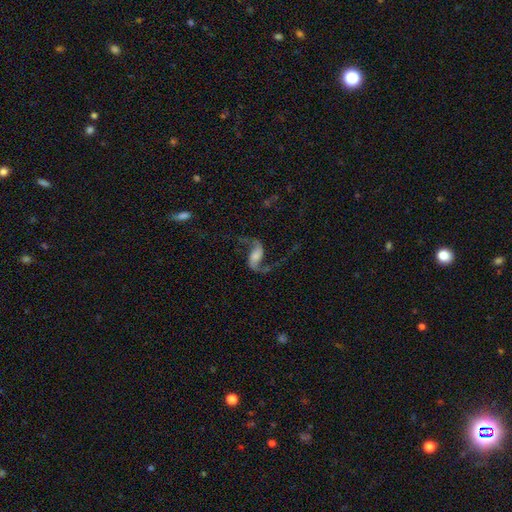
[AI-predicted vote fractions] Overall: featured or disk (87%). Edge-on disk: no (97%). Bar: no (38%; weak 37%). Spiral arms: yes (97%). Spiral arm count: 2 (93%). Spiral winding: loose (86%). Bulge size: small (28%; none 26%). Merging: none (68%).